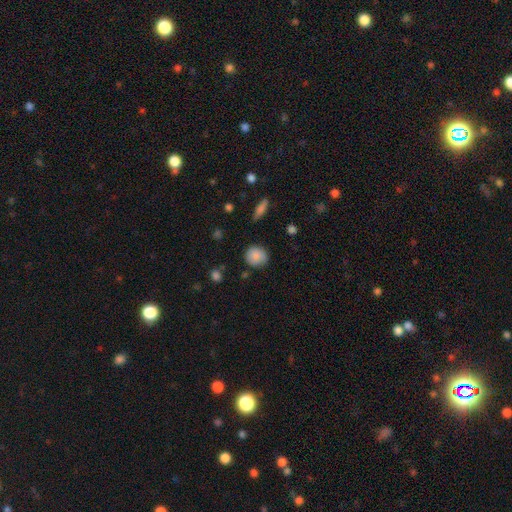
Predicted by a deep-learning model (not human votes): Q: Smooth or featured?
A: smooth (86%); runner-up: star or artifact (8%)
Q: How rounded?
A: round (87%); runner-up: in between (12%)
Q: Merging?
A: none (80%); runner-up: minor disturbance (15%)